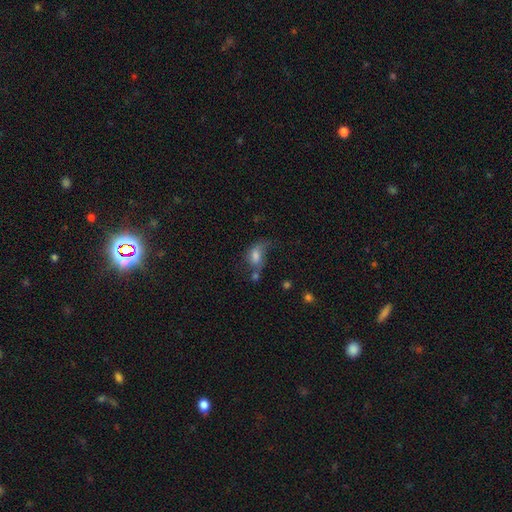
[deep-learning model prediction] Smooth or featured: smooth — 62% (featured or disk — 26%)
How rounded: in between — 81% (round — 15%)
Merging: none — 29% (tied with major disturbance — 29%)